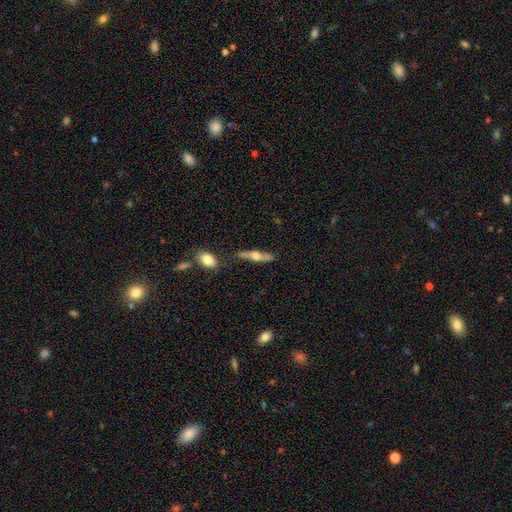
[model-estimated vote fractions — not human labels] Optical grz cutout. It shows a featured or disk galaxy (59%) viewed edge-on (91%) with a rounded central bulge (94%). Merging: none (78%).